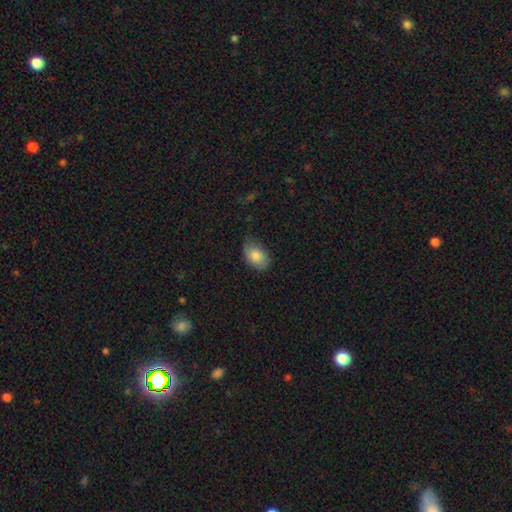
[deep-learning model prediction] Overall: smooth (81%). How rounded: in between (87%). Merging: none (66%; minor disturbance 27%).